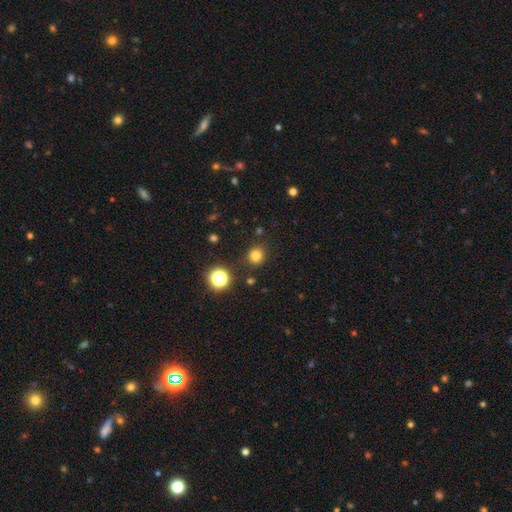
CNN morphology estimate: A smooth galaxy with no disk features (79%) that is round (90%). Merging: none (86%).